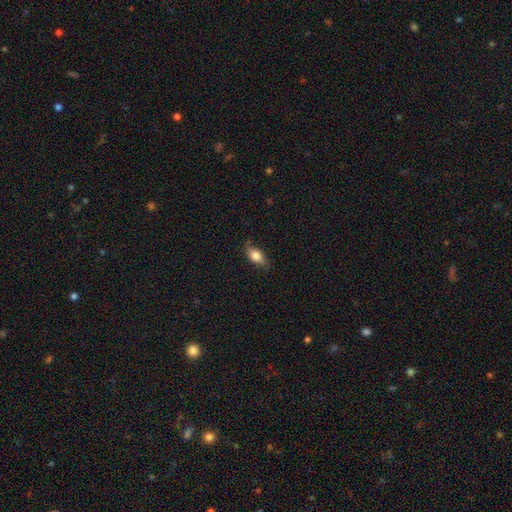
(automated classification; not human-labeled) smooth-or-featured: smooth: 79% | featured or disk: 13% | star or artifact: 7%
  how-rounded: in between: 85% | round: 7% | cigar-shaped: 7%
  merging: none: 78% | minor disturbance: 18% | major disturbance: 3% | merger: 1%